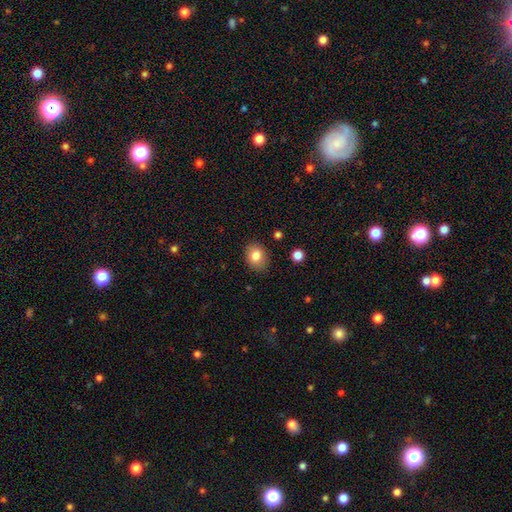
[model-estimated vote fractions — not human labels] smooth_or_featured: smooth (p=0.83) [alt: star or artifact p=0.09]
how_rounded: in between (p=0.50) [alt: round p=0.49]
merging: none (p=0.86) [alt: minor disturbance p=0.10]